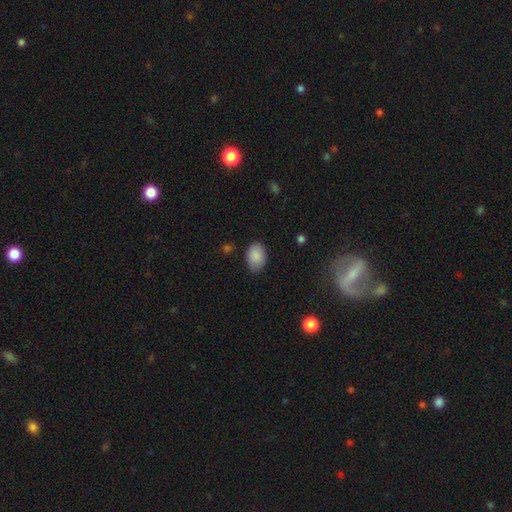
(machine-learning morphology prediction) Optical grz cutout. It shows a smooth galaxy with no disk features (88%) that is in between round and cigar-shaped (82%). Merging: none (78%).